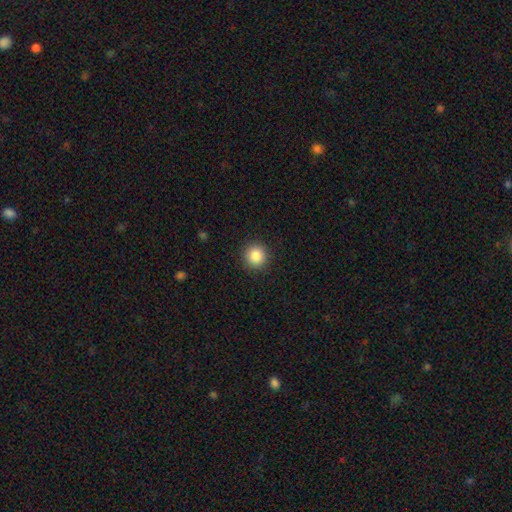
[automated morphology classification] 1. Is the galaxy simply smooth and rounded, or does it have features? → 86% smooth, 10% star or artifact, 4% featured or disk.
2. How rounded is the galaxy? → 94% round, 5% in between, 1% cigar-shaped.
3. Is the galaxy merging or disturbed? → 92% none, 6% minor disturbance, 2% major disturbance, 1% merger.